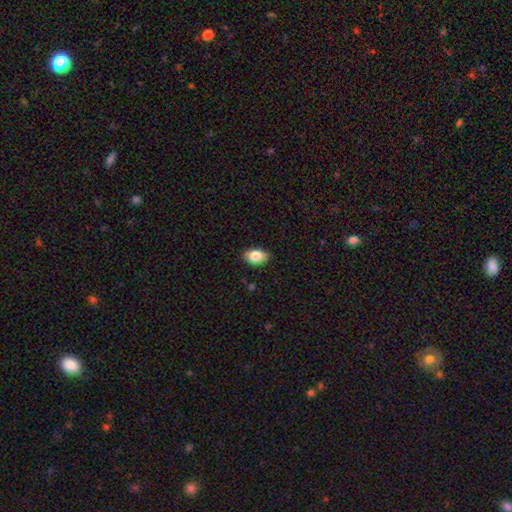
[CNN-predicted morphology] type=smooth (86%); roundness=in between (88%); merging=none (86%).